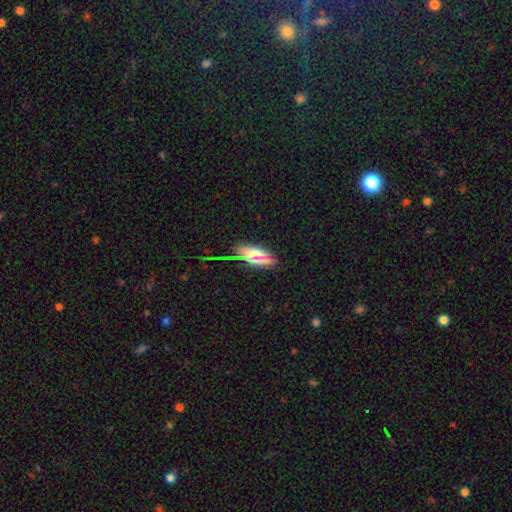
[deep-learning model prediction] Smooth or featured? Predicted: smooth (p=0.58). How rounded? Predicted: in between (p=0.83). Merging? Predicted: none (p=0.71).